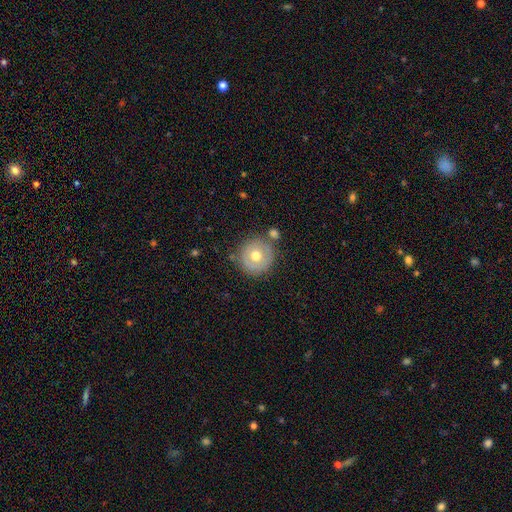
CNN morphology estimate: Smooth or featured?
  - smooth: 60% *
  - featured or disk: 32%
  - star or artifact: 8%
How rounded?
  - round: 94% *
  - in between: 5%
  - cigar-shaped: 1%
Merging?
  - none: 77% *
  - minor disturbance: 12%
  - merger: 8%
  - major disturbance: 4%